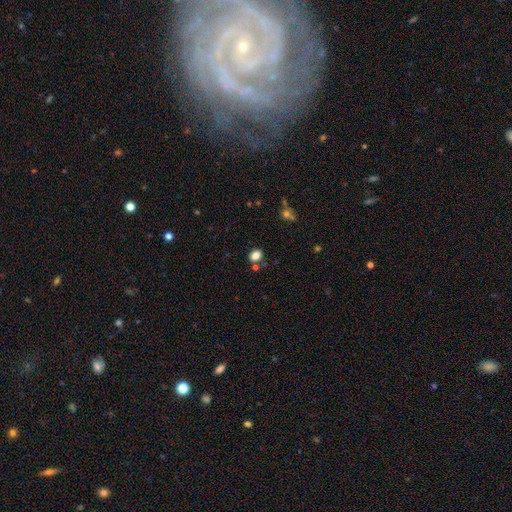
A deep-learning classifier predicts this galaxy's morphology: This appears to be a smooth galaxy with no disk features (82%) that is in between round and cigar-shaped (66%). Merging: none (72%).